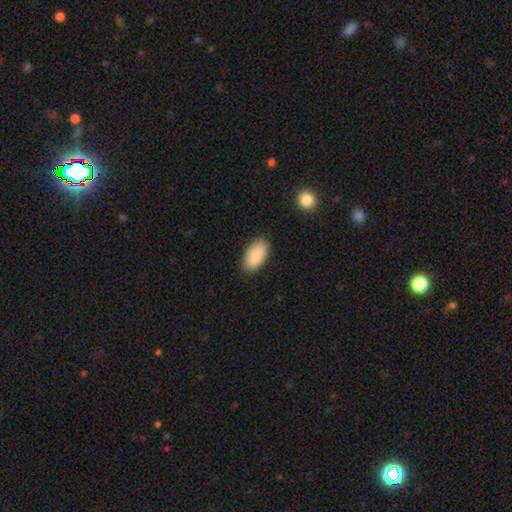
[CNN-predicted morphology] smooth-or-featured: smooth: 86% | featured or disk: 8% | star or artifact: 6%
  how-rounded: in between: 95% | round: 3% | cigar-shaped: 2%
  merging: none: 86% | minor disturbance: 10% | major disturbance: 2% | merger: 1%